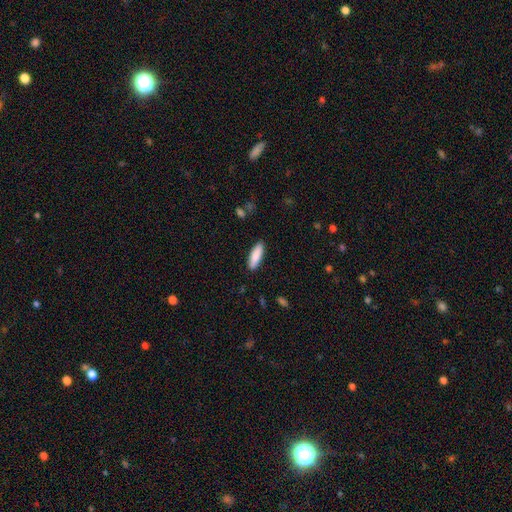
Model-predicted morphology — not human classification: The model was most divided on "how rounded": cigar-shaped: 52%, in between: 46%, round: 1%. More confident: merging — none (89%); smooth or featured — smooth (86%).